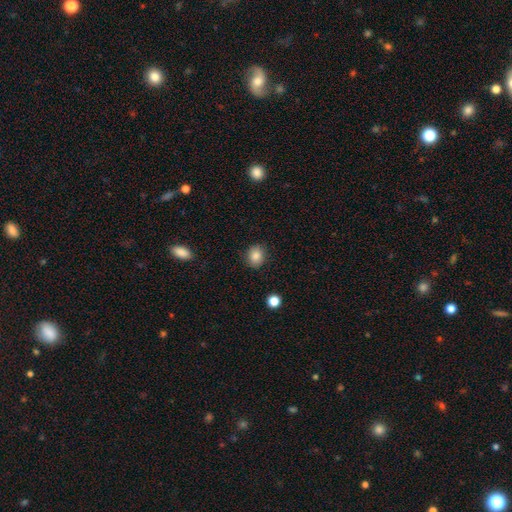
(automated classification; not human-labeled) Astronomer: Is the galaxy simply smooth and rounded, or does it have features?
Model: smooth — 85%.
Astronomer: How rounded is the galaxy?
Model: round — 69%.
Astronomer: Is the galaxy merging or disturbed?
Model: none — 87%.